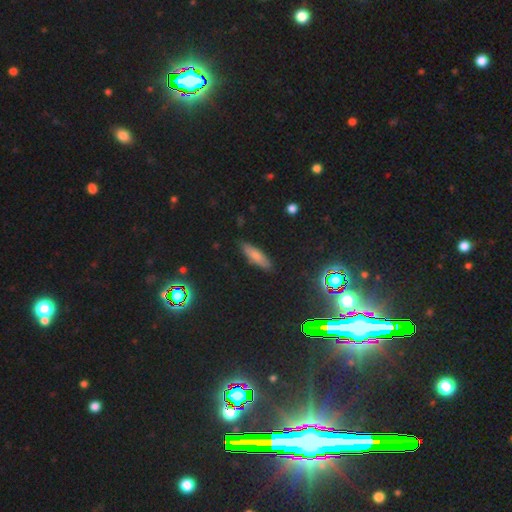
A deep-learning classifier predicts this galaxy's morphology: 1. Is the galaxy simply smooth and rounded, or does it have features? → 72% smooth, 14% star or artifact, 14% featured or disk.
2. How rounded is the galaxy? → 57% cigar-shaped, 40% in between, 3% round.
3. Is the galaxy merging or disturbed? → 86% none, 10% minor disturbance, 2% major disturbance, 1% merger.